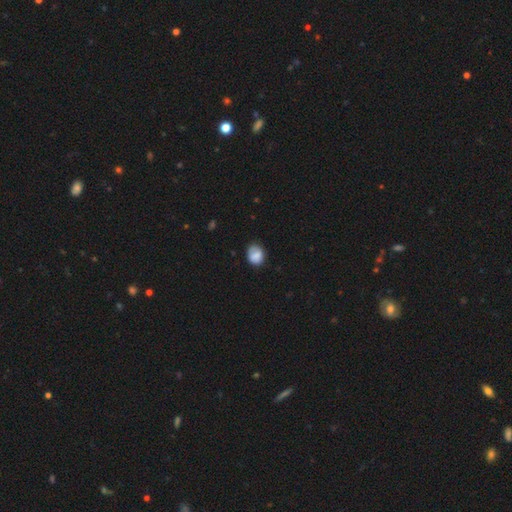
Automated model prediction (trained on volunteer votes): smooth 82%, featured or disk 10%, star or artifact 8%. Down the decision tree: how rounded — round (54%); merging — none (65%).